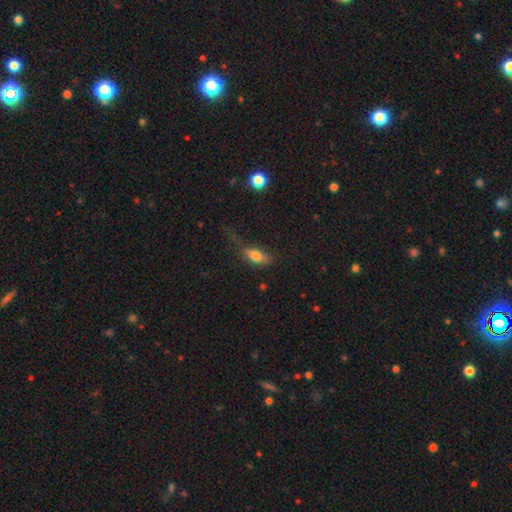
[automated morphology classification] smooth 76%, featured or disk 15%, star or artifact 9%. Down the decision tree: how rounded — in between (79%); merging — none (43%).